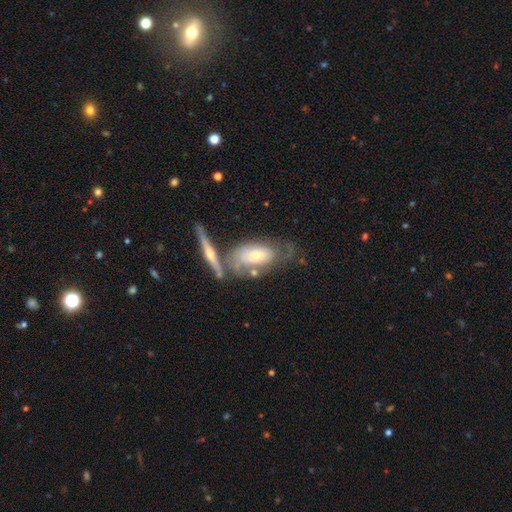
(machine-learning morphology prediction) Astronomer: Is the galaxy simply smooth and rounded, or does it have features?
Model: featured or disk — 55% (runner-up: smooth, 38%).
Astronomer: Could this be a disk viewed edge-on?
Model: no — 71%.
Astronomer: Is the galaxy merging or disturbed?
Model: none — 42% (runner-up: merger, 26%).